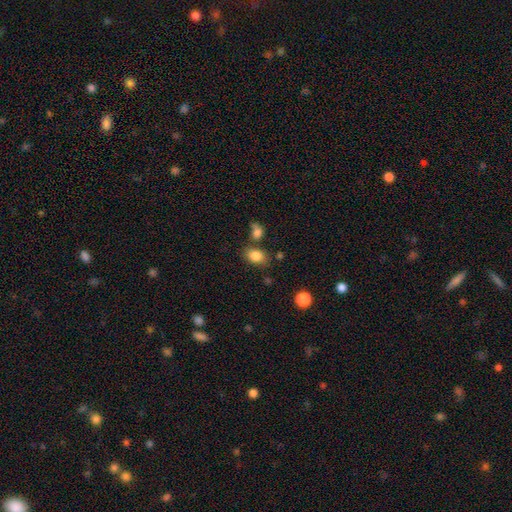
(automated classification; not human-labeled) This is clearly a smooth galaxy (84%). How rounded: likely in between (71%). Merging: likely none (68%).